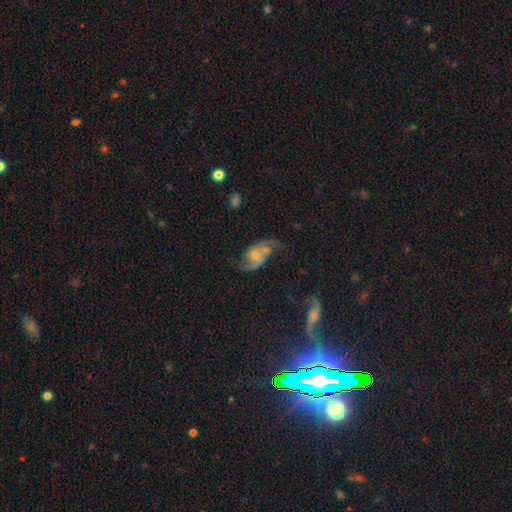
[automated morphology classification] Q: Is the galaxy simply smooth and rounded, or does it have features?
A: featured or disk — 80%.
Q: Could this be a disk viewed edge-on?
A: no — 96%.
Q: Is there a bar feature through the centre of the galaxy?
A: no — 65%.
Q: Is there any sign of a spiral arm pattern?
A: yes — 93%.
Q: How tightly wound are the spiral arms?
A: loose — 52%.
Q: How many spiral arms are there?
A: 2 — 88%.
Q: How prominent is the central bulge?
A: small — 52%.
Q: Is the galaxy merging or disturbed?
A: none — 56%.